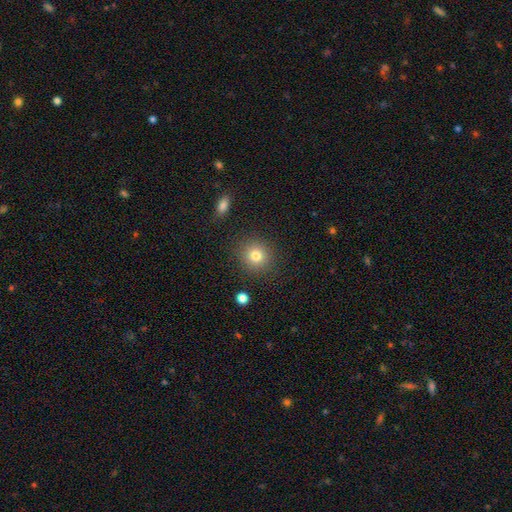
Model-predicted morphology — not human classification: A smooth galaxy with no disk features (80%) that is round (89%). Merging: none (87%).